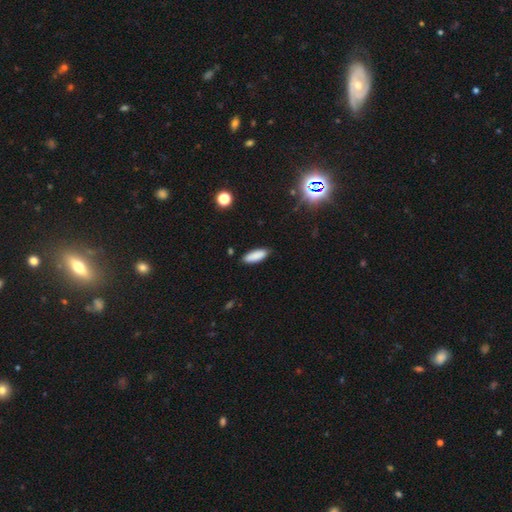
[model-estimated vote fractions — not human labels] Smooth or featured: smooth — 87% (star or artifact — 7%)
How rounded: in between — 68% (cigar-shaped — 30%)
Merging: none — 85% (minor disturbance — 12%)